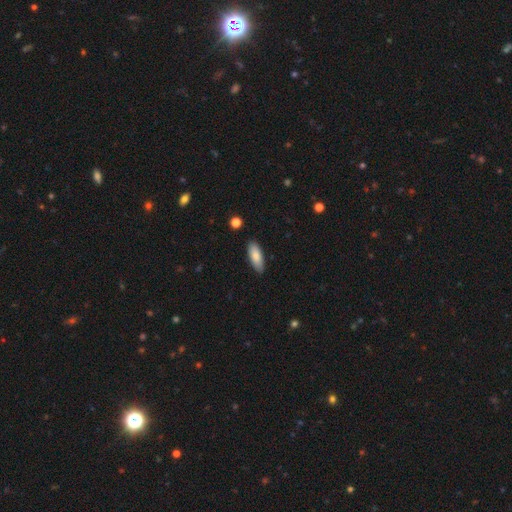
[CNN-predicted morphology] Q: Smooth or featured?
A: smooth (84%); runner-up: featured or disk (10%)
Q: How rounded?
A: in between (69%); runner-up: cigar-shaped (29%)
Q: Merging?
A: none (87%); runner-up: minor disturbance (9%)